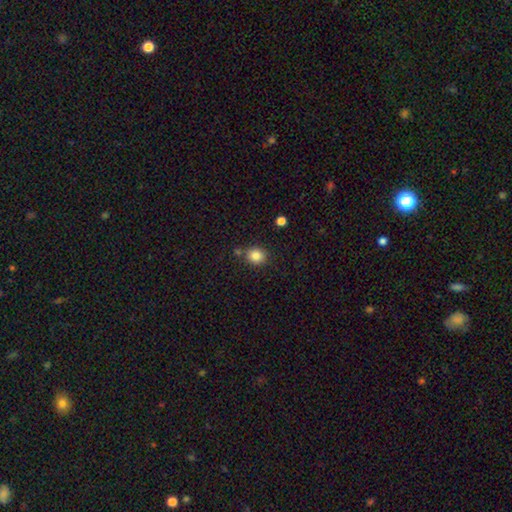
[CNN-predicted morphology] A smooth galaxy with no disk features (84%) that is round (79%). Merging: none (79%).